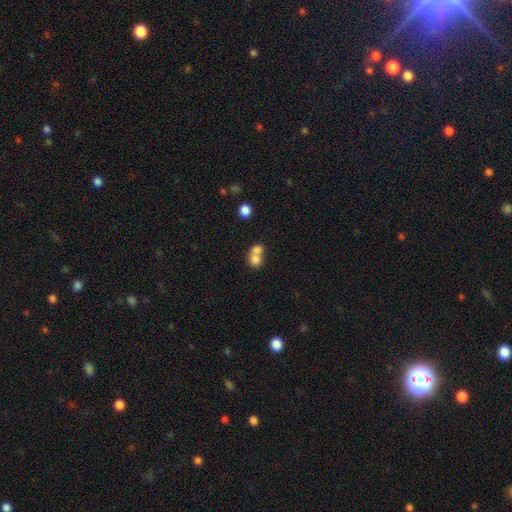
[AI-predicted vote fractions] Morphology: type=smooth (75%); roundness=round (74%); merging=merger (67%).